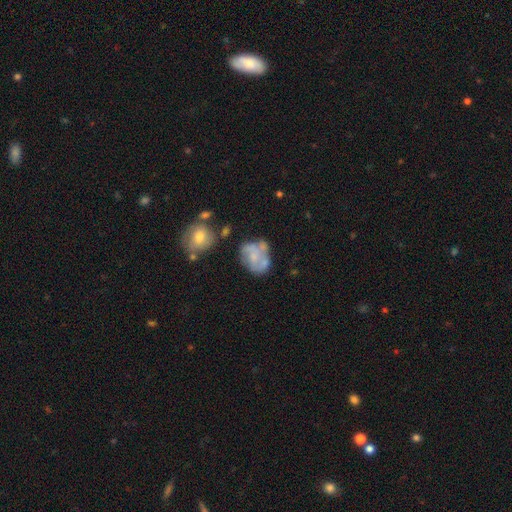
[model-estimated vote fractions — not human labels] Overall: featured or disk (51%; smooth 41%). Edge-on disk: no (98%). Merging: none (41%; minor disturbance 25%).